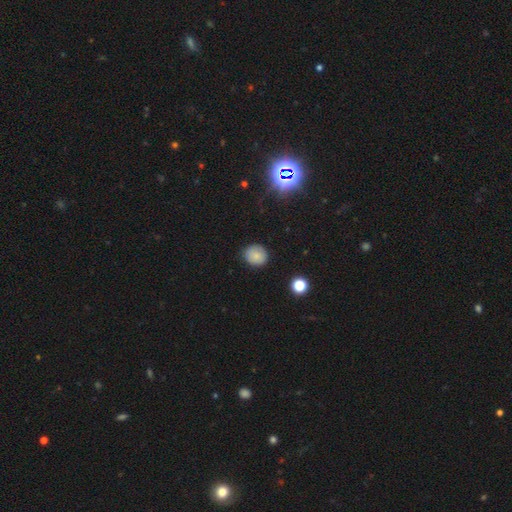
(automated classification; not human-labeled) Morphology: type=smooth (79%); roundness=round (81%); merging=none (85%).